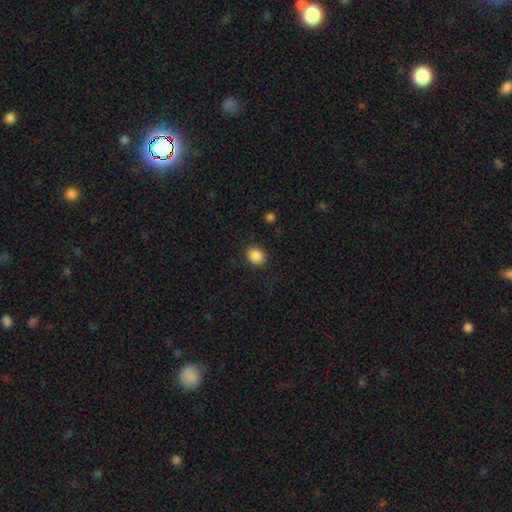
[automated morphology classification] smooth 88%, star or artifact 9%, featured or disk 3%. Down the decision tree: how rounded — round (72%); merging — none (88%).